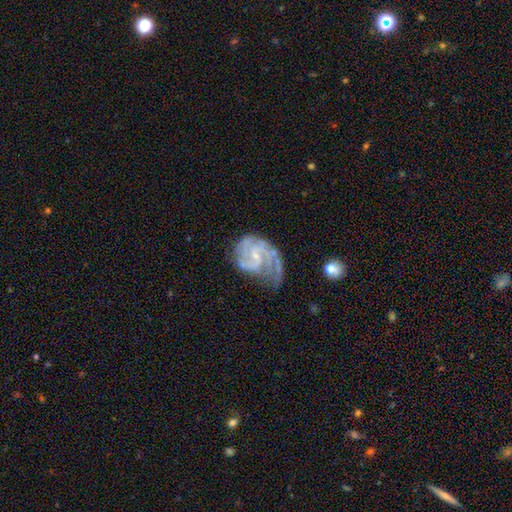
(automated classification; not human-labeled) Smooth or featured?
  - featured or disk: 86% *
  - smooth: 8%
  - star or artifact: 6%
Edge-on disk?
  - no: 98% *
  - yes: 2%
Bar?
  - no: 47% *
  - weak: 45%
  - strong: 9%
Spiral arms?
  - yes: 96% *
  - no: 4%
Spiral winding?
  - tight: 47% *
  - medium: 41%
  - loose: 12%
Spiral arm count?
  - 2: 32% *
  - 3: 26%
  - can't tell: 21%
  - 4: 8%
  - 1: 7%
  - more than 4: 6%
Bulge size?
  - small: 74% *
  - moderate: 17%
  - none: 8%
  - large: 1%
  - dominant: 1%
Merging?
  - none: 42% *
  - minor disturbance: 28%
  - major disturbance: 26%
  - merger: 3%